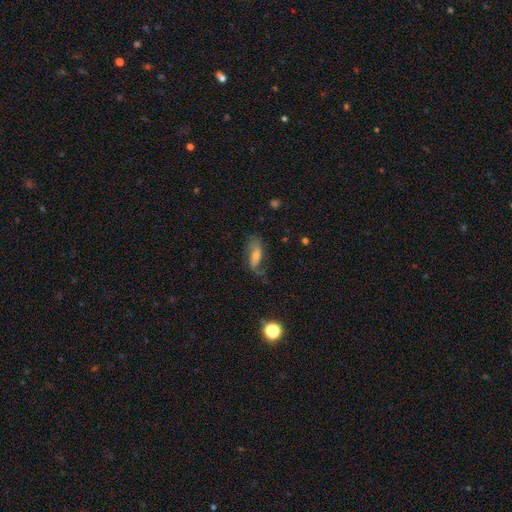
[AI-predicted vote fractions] This is likely a featured or disk galaxy (65%). It is clearly not viewed edge-on (88%). Bar: marginally no (42%). Spiral arm pattern: clearly yes (88%). Spiral arm count: likely 2 (76%). Spiral winding: possibly loose (56%). Central bulge: possibly moderate (51%). Merging: possibly none (59%).